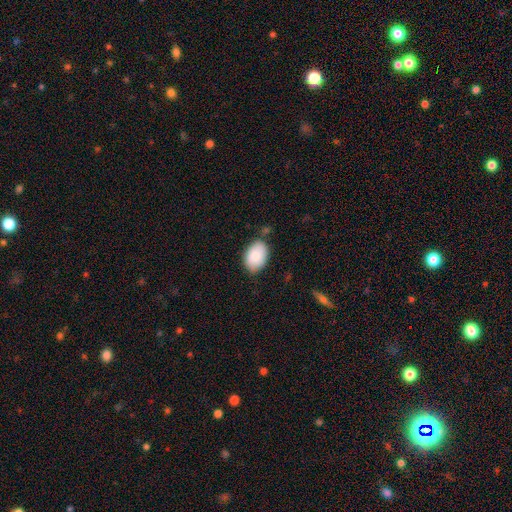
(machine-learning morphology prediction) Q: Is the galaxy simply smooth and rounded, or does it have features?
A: smooth — 85%.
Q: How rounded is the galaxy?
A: in between — 88%.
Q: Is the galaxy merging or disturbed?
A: none — 75%.